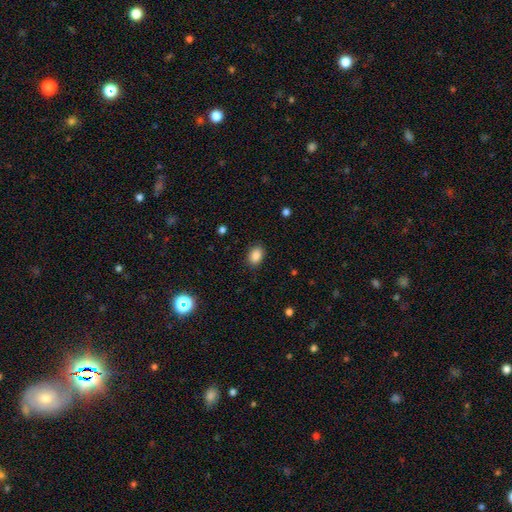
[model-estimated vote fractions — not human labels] smooth-or-featured: smooth: 88% | star or artifact: 9% | featured or disk: 3%
  how-rounded: in between: 80% | round: 18% | cigar-shaped: 1%
  merging: none: 87% | minor disturbance: 10% | major disturbance: 3% | merger: 1%